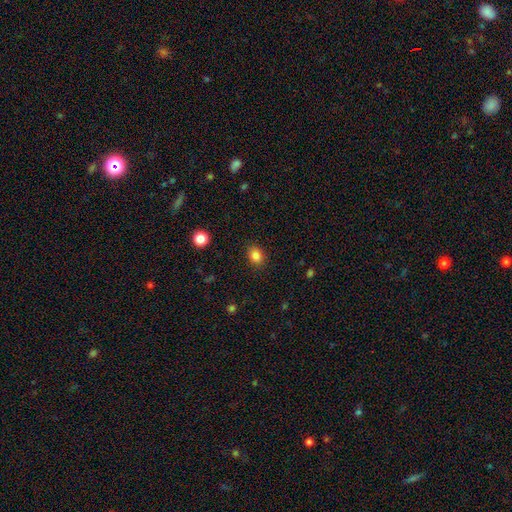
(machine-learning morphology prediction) smooth_or_featured: smooth (p=0.84) [alt: star or artifact p=0.11]
how_rounded: in between (p=0.54) [alt: round p=0.45]
merging: none (p=0.88) [alt: minor disturbance p=0.09]